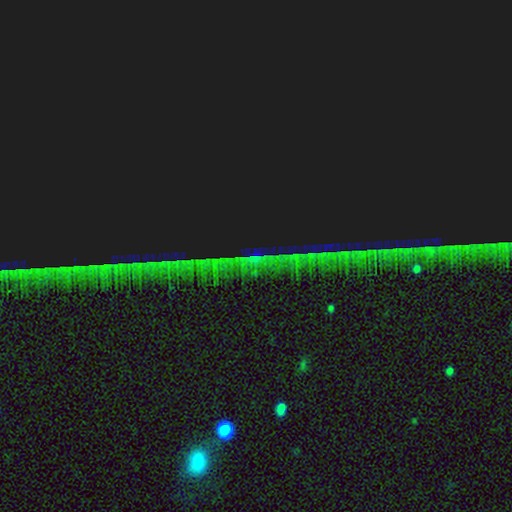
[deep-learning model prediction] Smooth or featured: star or artifact — 82% (featured or disk — 10%)